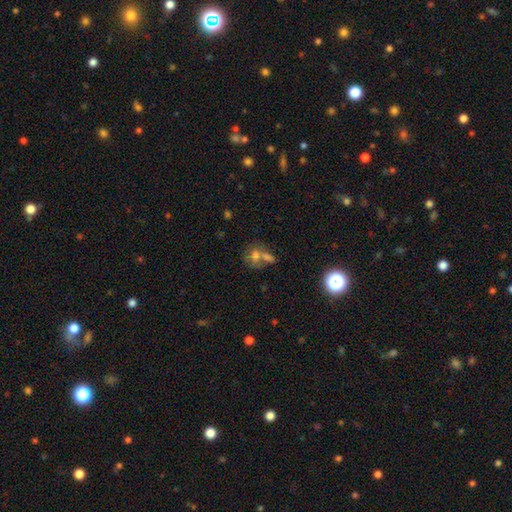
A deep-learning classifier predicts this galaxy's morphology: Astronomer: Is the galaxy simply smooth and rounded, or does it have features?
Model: smooth — 64%.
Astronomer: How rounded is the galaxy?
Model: in between — 51% (runner-up: round, 45%).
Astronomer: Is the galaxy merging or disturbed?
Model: merger — 49% (runner-up: none, 32%).